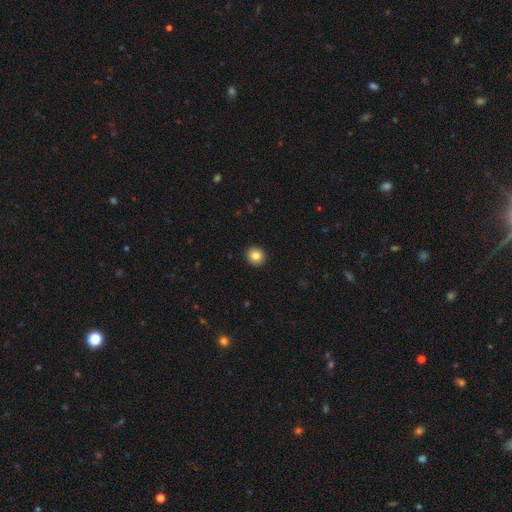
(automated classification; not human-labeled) Smooth or featured?
  - smooth: 84% *
  - star or artifact: 9%
  - featured or disk: 7%
How rounded?
  - round: 90% *
  - in between: 9%
  - cigar-shaped: 1%
Merging?
  - none: 93% *
  - minor disturbance: 5%
  - major disturbance: 1%
  - merger: 1%